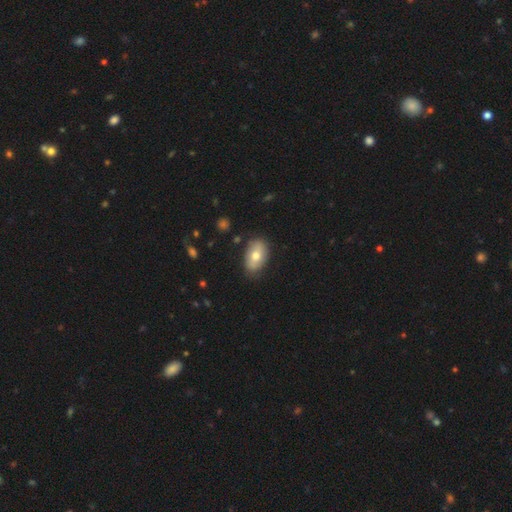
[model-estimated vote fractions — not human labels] A smooth galaxy with no disk features (68%) that is in between round and cigar-shaped (91%).

Vote fractions:
- Smooth or featured? smooth: 68% / featured or disk: 25% / star or artifact: 6%
- How rounded? in between: 91% / round: 8% / cigar-shaped: 2%
- Merging? none: 80% / minor disturbance: 15% / major disturbance: 3% / merger: 2%